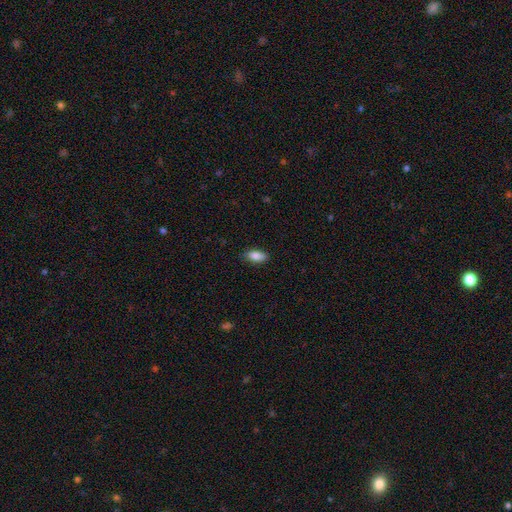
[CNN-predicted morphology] type=smooth (86%); roundness=in between (87%); merging=none (84%).